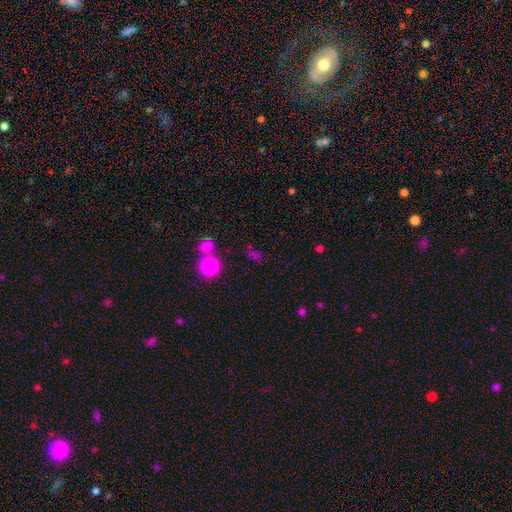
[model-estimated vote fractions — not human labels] Smooth or featured?
  - smooth: 46% * (tied)
  - star or artifact: 46% * (tied)
  - featured or disk: 8%
Merging?
  - none: 66% *
  - minor disturbance: 13%
  - merger: 13%
  - major disturbance: 8%